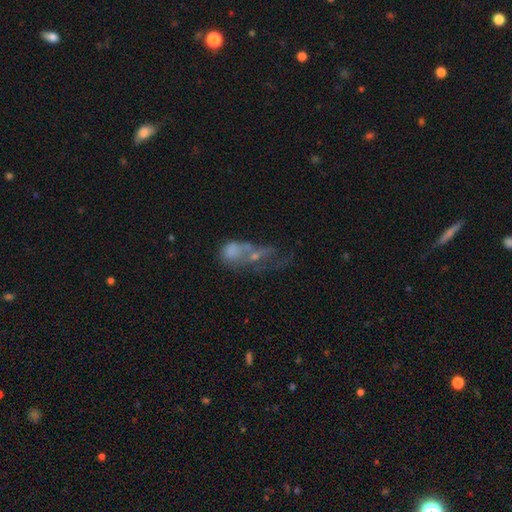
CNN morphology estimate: Smooth or featured? featured or disk (42%)
Merging? merger (42%)